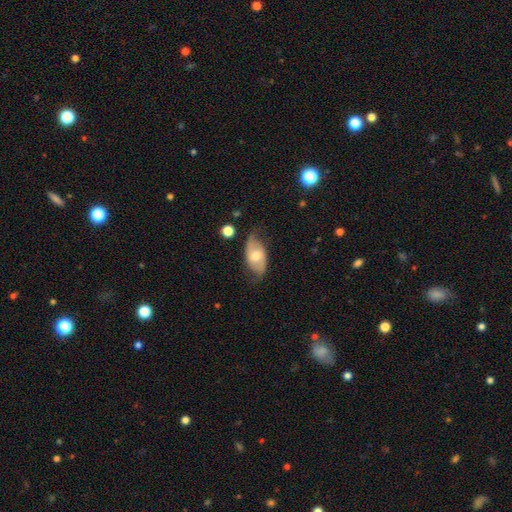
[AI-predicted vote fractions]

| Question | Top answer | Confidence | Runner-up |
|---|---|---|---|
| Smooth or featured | featured or disk | 53% | smooth (40%) |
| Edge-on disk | no | 91% | yes (9%) |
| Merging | none | 65% | minor disturbance (25%) |